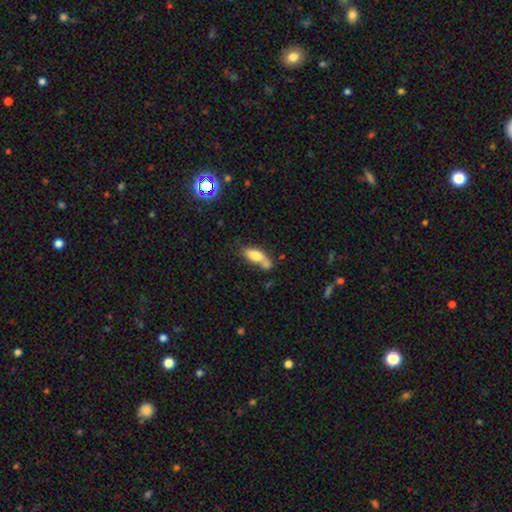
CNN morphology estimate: smooth 73%, featured or disk 19%, star or artifact 8%. Down the decision tree: how rounded — in between (73%); merging — none (40%).